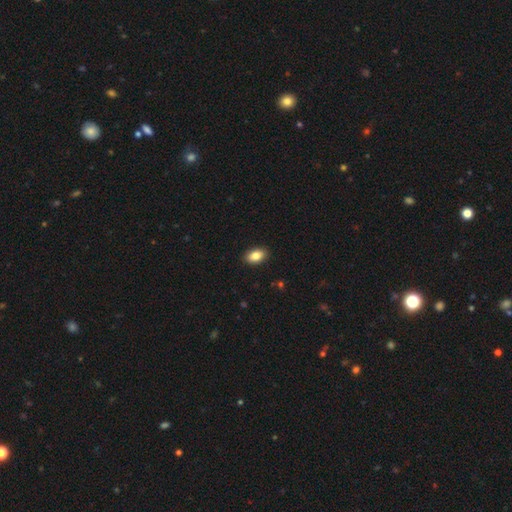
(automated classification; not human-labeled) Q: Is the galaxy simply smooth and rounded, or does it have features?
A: smooth — 85%.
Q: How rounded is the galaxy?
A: in between — 91%.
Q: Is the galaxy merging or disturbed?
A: none — 91%.